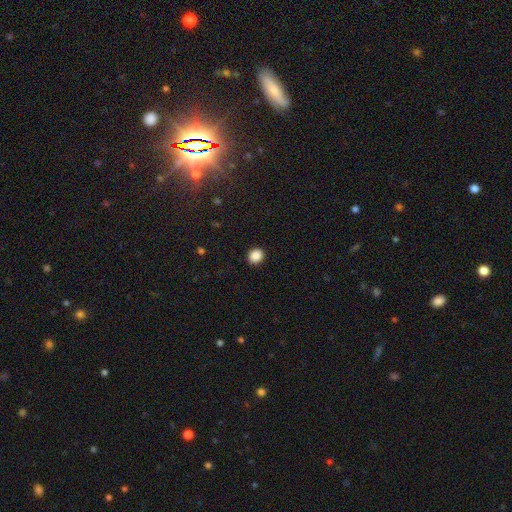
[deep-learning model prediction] smooth_or_featured: smooth (p=0.88) [alt: star or artifact p=0.09]
how_rounded: round (p=0.75) [alt: in between p=0.25]
merging: none (p=0.92) [alt: minor disturbance p=0.06]